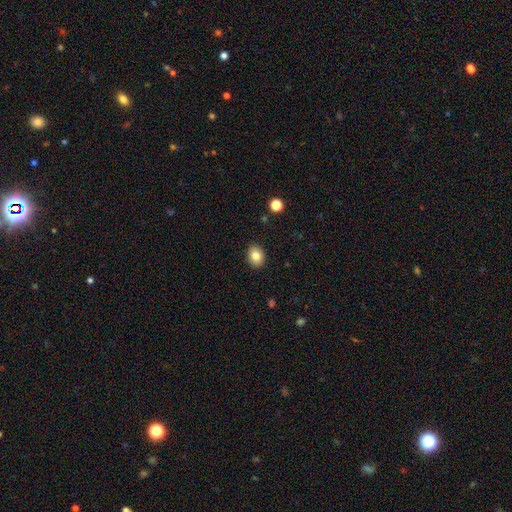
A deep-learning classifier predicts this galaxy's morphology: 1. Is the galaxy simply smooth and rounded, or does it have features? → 82% smooth, 9% star or artifact, 9% featured or disk.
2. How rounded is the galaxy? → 52% in between, 47% round, 1% cigar-shaped.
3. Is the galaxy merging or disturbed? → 90% none, 7% minor disturbance, 2% major disturbance, 1% merger.